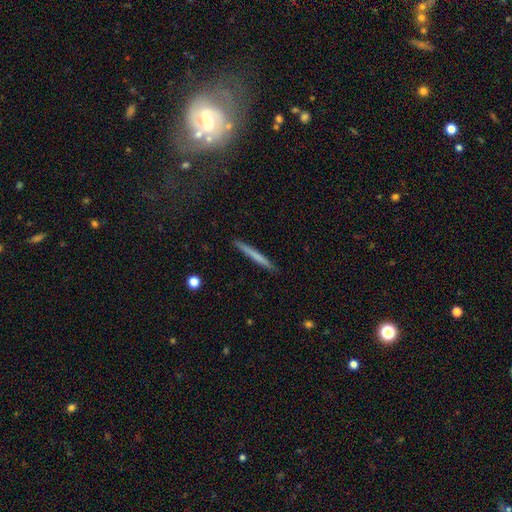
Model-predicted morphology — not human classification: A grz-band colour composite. It shows a smooth galaxy with no disk features (64%) that is cigar-shaped (97%). Merging: none (92%).